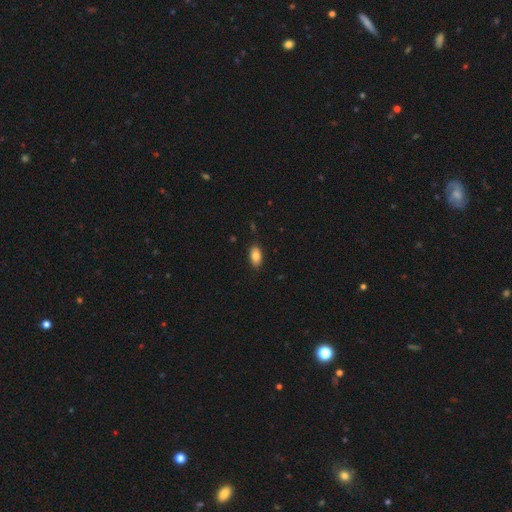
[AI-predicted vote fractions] smooth 85%, star or artifact 8%, featured or disk 7%. Down the decision tree: how rounded — in between (92%); merging — none (87%).